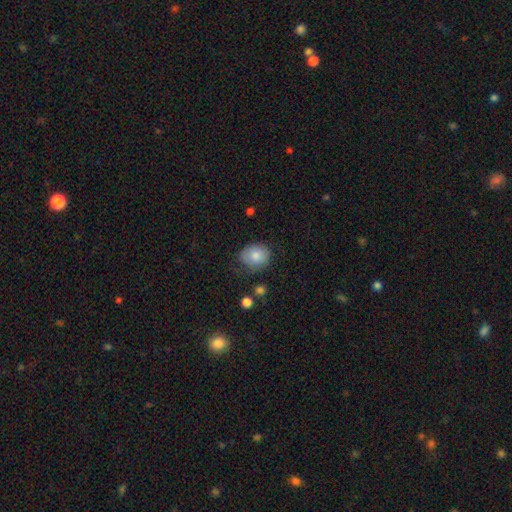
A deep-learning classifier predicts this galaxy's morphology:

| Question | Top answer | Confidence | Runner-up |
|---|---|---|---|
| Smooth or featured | smooth | 80% | featured or disk (12%) |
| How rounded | round | 57% | in between (42%) |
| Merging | none | 65% | minor disturbance (25%) |